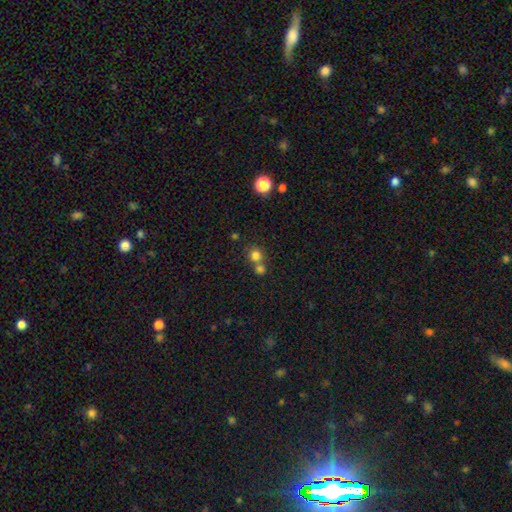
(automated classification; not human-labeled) Smooth or featured?
  - smooth: 78% *
  - star or artifact: 14%
  - featured or disk: 8%
How rounded?
  - round: 88% *
  - in between: 11%
  - cigar-shaped: 1%
Merging?
  - none: 50% *
  - merger: 41%
  - minor disturbance: 6%
  - major disturbance: 3%